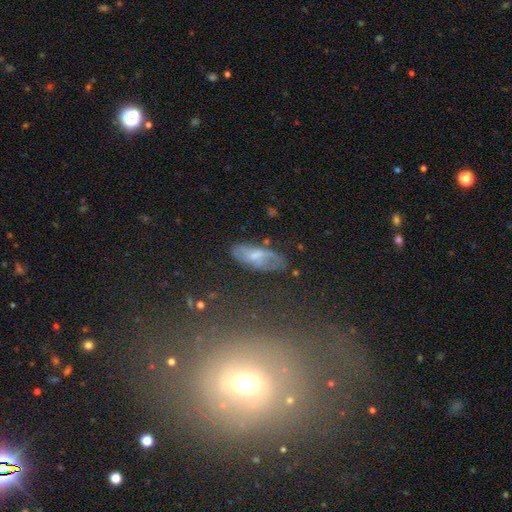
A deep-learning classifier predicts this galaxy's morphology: type=featured or disk (48%); merging=none (67%).